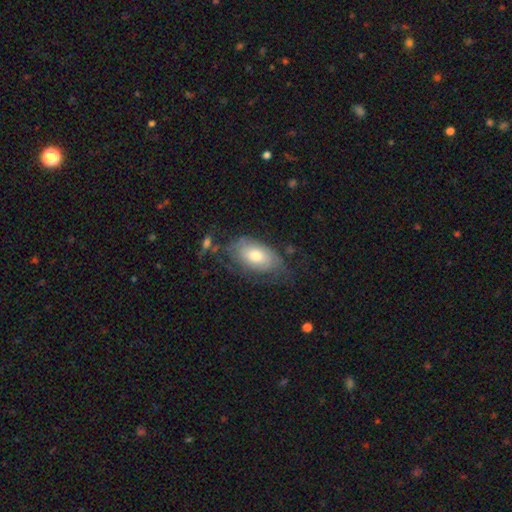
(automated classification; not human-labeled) Smooth or featured? Predicted: smooth (p=0.50). Merging? Predicted: none (p=0.54).